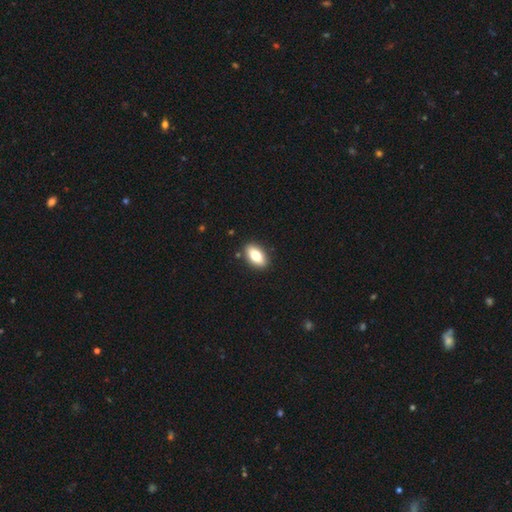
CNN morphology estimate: smooth_or_featured: smooth (p=0.74) [alt: featured or disk p=0.18]
how_rounded: in between (p=0.88) [alt: cigar-shaped p=0.07]
merging: none (p=0.88) [alt: minor disturbance p=0.08]